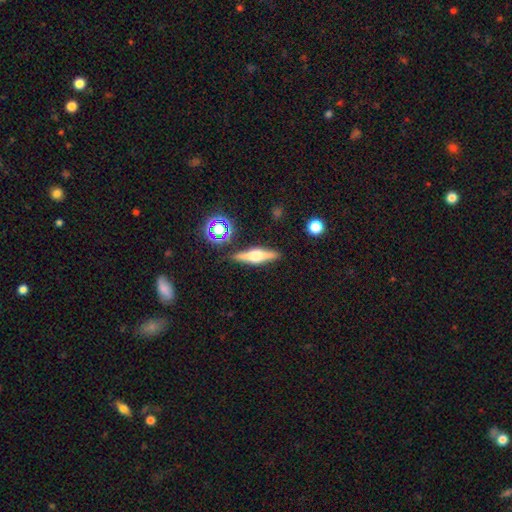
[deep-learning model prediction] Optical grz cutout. It shows a featured or disk galaxy (64%) viewed edge-on (96%) with a rounded central bulge (92%). Merging: none (86%).